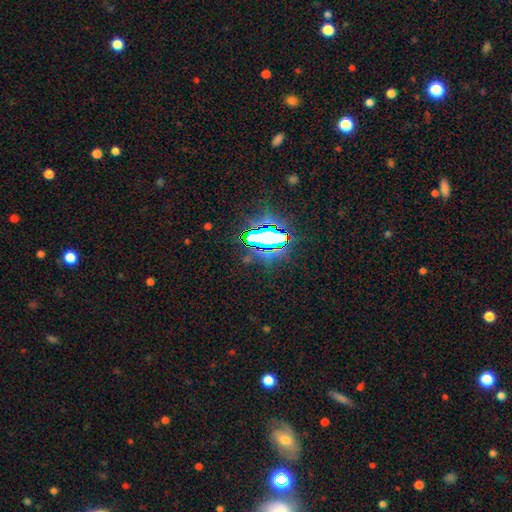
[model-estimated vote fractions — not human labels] Smooth or featured: star or artifact — 81% (smooth — 11%)